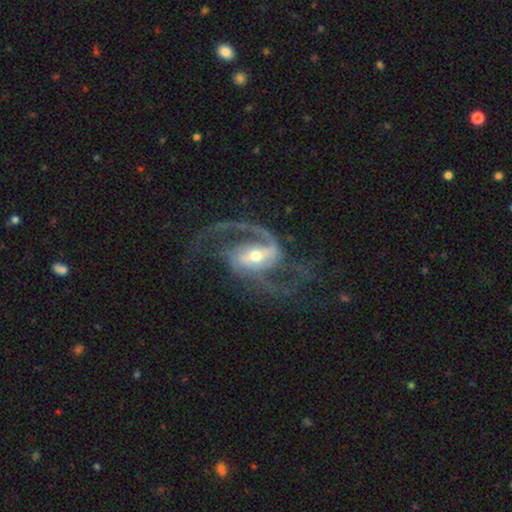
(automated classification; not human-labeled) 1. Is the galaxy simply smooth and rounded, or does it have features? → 91% featured or disk, 5% star or artifact, 4% smooth.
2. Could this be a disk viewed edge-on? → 97% no, 3% yes.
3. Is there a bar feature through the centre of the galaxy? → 43% strong, 39% weak, 18% no.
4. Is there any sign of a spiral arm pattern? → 97% yes, 3% no.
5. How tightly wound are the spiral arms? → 50% medium, 39% loose, 11% tight.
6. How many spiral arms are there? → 75% 2, 11% 3, 5% 1, 4% can't tell, 3% 4, 2% more than 4.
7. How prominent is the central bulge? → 57% moderate, 36% small, 5% large, 1% none, 1% dominant.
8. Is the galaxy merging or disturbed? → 62% none, 21% major disturbance, 15% minor disturbance, 2% merger.